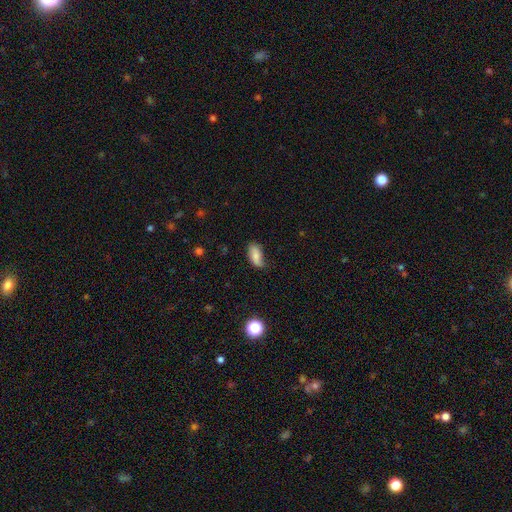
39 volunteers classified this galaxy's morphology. Smooth or featured? smooth (79%)
How rounded? in between (87%)
Merging? none (51%)